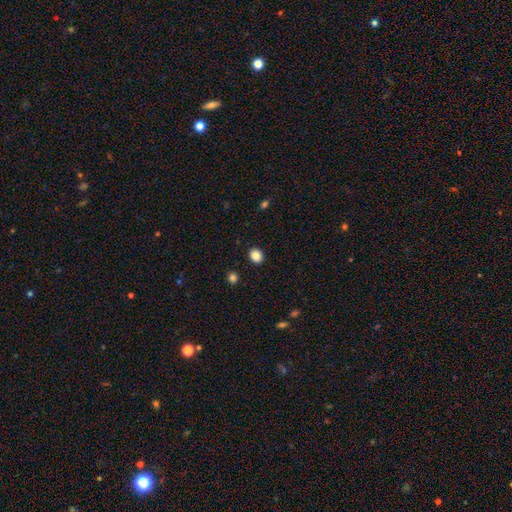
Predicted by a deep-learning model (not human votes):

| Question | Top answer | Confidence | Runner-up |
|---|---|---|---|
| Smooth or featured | smooth | 87% | star or artifact (10%) |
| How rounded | round | 64% | in between (35%) |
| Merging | none | 91% | minor disturbance (6%) |